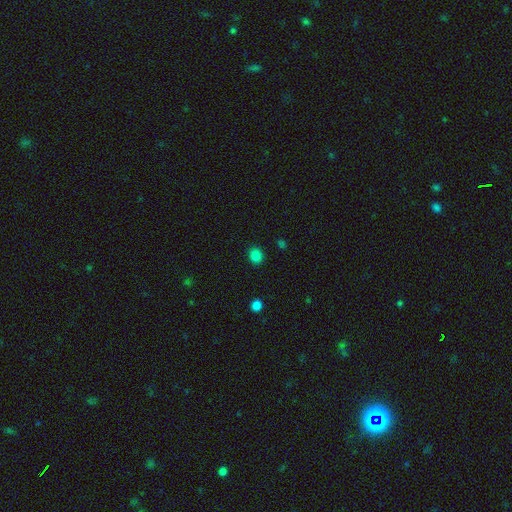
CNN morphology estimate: This is clearly a smooth galaxy (84%). How rounded: likely round (74%). Merging: clearly none (89%).